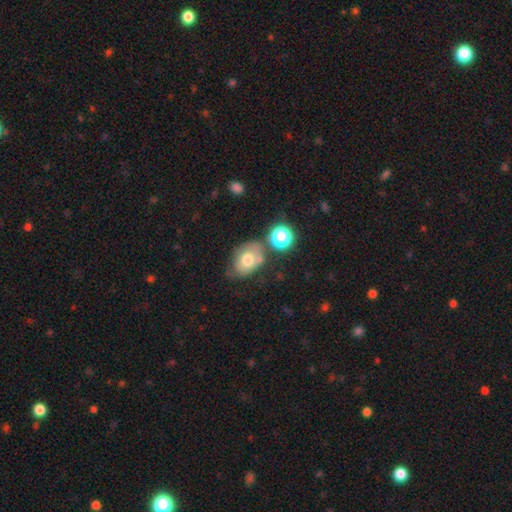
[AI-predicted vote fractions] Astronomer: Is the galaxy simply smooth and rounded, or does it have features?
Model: smooth — 64%.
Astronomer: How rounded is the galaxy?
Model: in between — 71%.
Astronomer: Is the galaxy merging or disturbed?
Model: none — 47% (runner-up: minor disturbance, 26%).